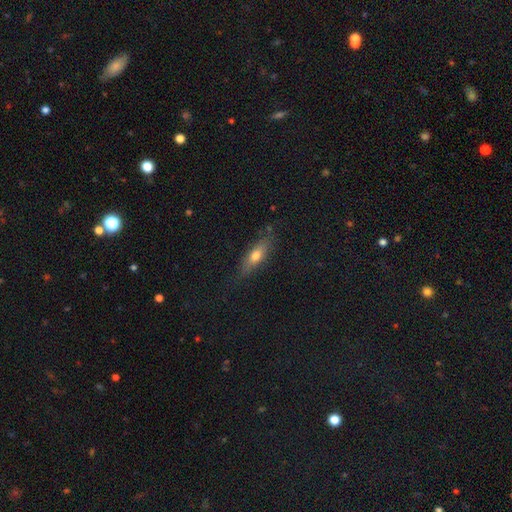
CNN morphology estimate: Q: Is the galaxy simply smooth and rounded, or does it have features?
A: smooth — 61%.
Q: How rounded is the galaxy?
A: cigar-shaped — 50%.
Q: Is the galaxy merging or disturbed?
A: none — 79%.